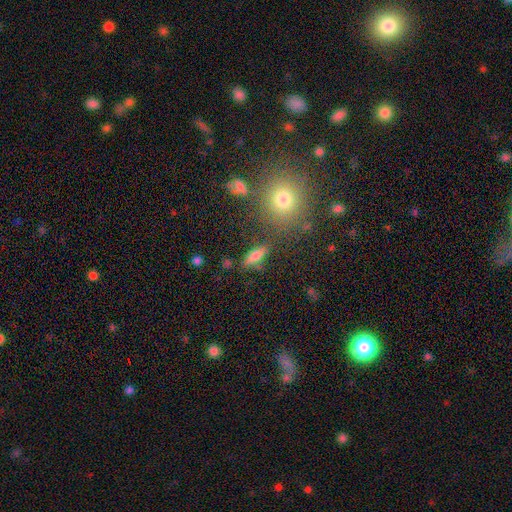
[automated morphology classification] A smooth galaxy with no disk features (71%) that is in between round and cigar-shaped (62%).

Vote fractions:
- Smooth or featured? smooth: 71% / featured or disk: 18% / star or artifact: 11%
- How rounded? in between: 62% / cigar-shaped: 32% / round: 6%
- Merging? none: 73% / minor disturbance: 15% / merger: 7% / major disturbance: 5%